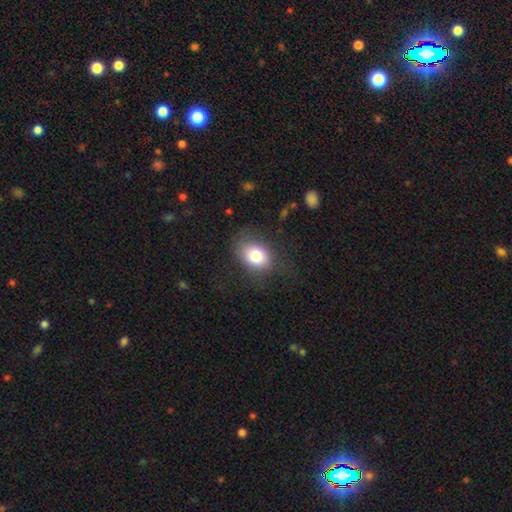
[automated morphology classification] smooth 78%, featured or disk 12%, star or artifact 10%. Down the decision tree: how rounded — in between (63%); merging — none (74%).